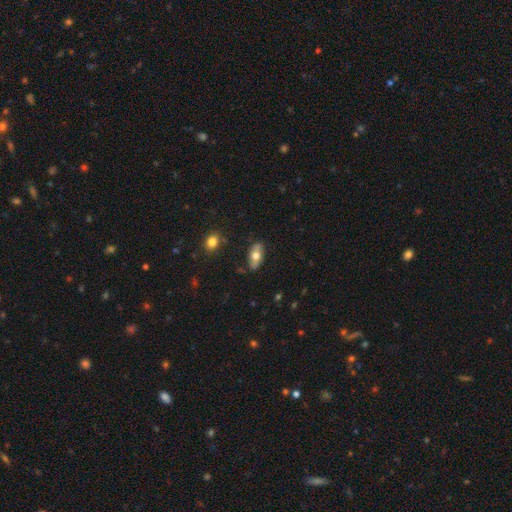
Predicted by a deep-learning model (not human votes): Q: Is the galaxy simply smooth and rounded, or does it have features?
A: smooth — 61%.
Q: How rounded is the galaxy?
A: in between — 82%.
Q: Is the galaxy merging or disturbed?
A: none — 80%.